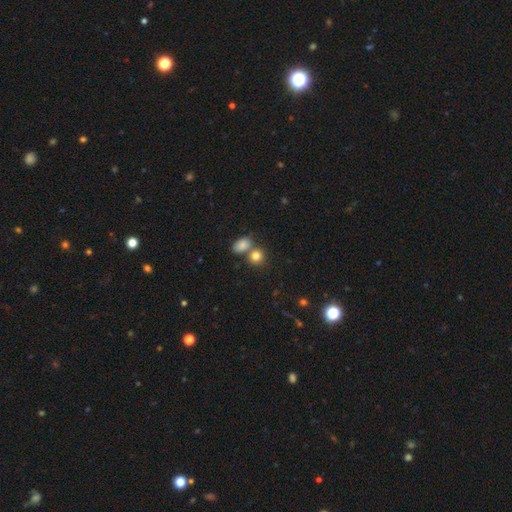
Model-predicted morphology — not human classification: Q: Smooth or featured?
A: smooth (82%); runner-up: star or artifact (10%)
Q: How rounded?
A: round (69%); runner-up: in between (29%)
Q: Merging?
A: none (51%); runner-up: merger (36%)